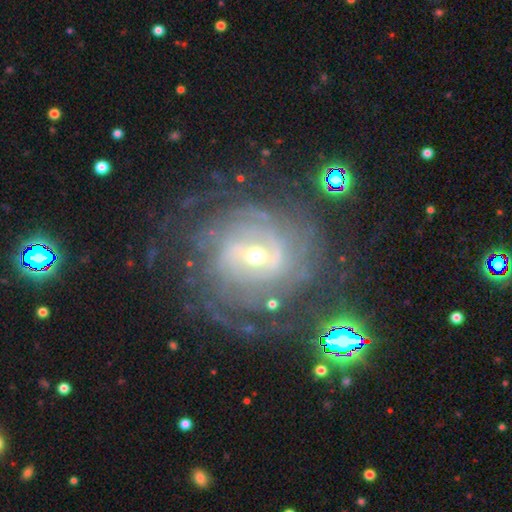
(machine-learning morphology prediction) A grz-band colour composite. It shows a featured or disk galaxy (84%) with a weak bar (47%), tight (69%) spiral arms (94%) and a small central bulge (57%). Merging: none (70%).